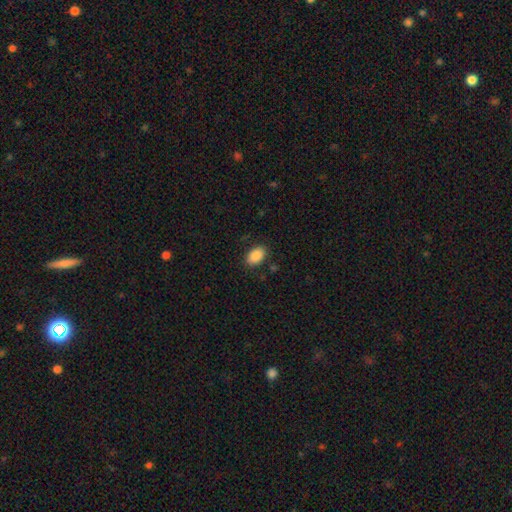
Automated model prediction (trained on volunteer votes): Smooth or featured? smooth (89%)
How rounded? in between (89%)
Merging? none (86%)